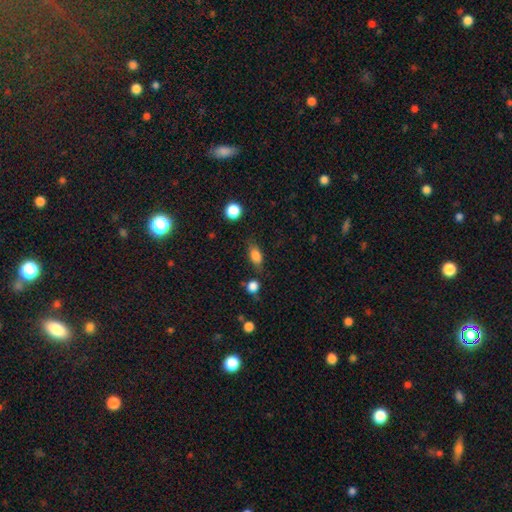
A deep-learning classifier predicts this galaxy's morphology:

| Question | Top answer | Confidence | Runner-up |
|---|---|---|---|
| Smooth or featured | smooth | 81% | featured or disk (9%) |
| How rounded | in between | 80% | round (12%) |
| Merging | none | 71% | minor disturbance (18%) |